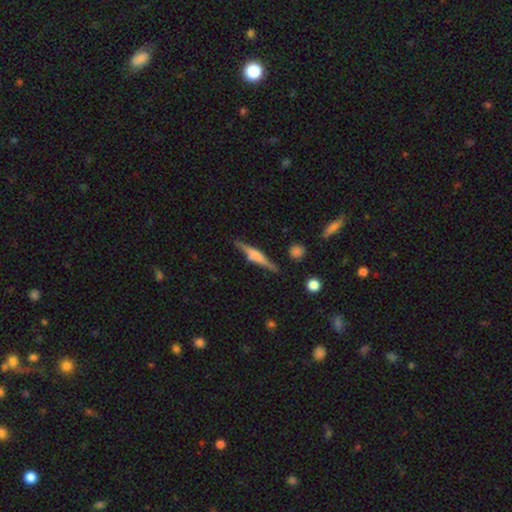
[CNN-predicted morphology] featured or disk 66%, smooth 28%, star or artifact 7%. Down the decision tree: edge-on disk — yes (97%); edge-on bulge — rounded (51%); merging — none (84%).